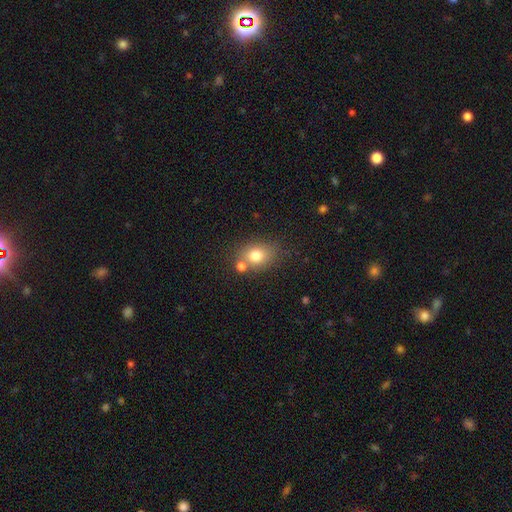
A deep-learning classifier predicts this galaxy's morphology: Smooth or featured? Predicted: smooth (p=0.76). How rounded? Predicted: in between (p=0.53). Merging? Predicted: none (p=0.62).